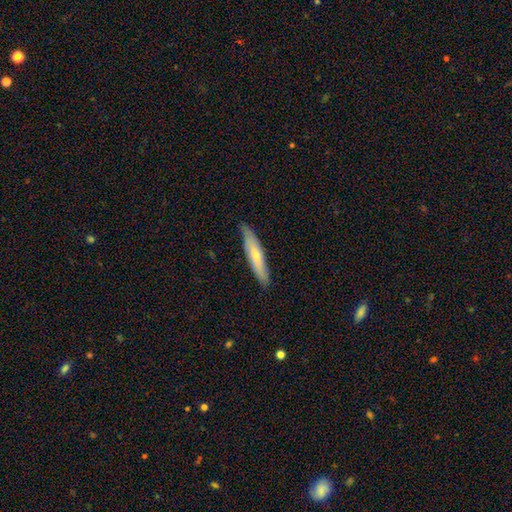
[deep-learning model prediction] A smooth galaxy with no disk features (62%) that is cigar-shaped (85%).

Vote fractions:
- Smooth or featured? smooth: 62% / featured or disk: 33% / star or artifact: 5%
- How rounded? cigar-shaped: 85% / in between: 13% / round: 1%
- Merging? none: 85% / minor disturbance: 12% / major disturbance: 2% / merger: 1%